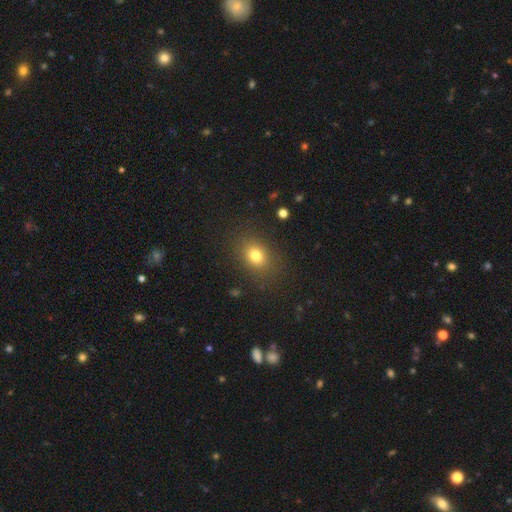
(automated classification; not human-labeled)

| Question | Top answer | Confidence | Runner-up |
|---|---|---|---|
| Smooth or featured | smooth | 77% | star or artifact (13%) |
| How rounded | in between | 55% | round (44%) |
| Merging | none | 84% | minor disturbance (10%) |